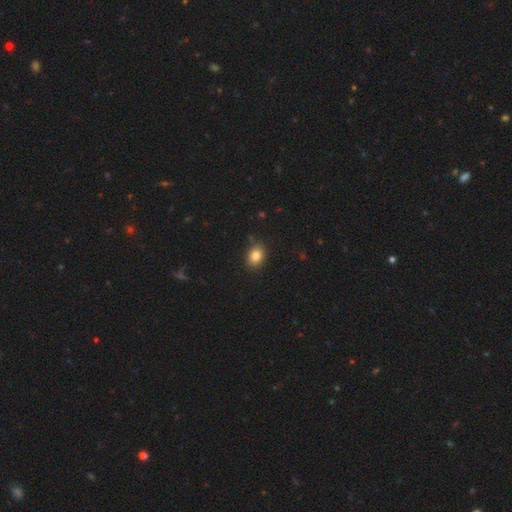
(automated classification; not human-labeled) Smooth or featured? Predicted: smooth (p=0.84). How rounded? Predicted: in between (p=0.62). Merging? Predicted: none (p=0.84).